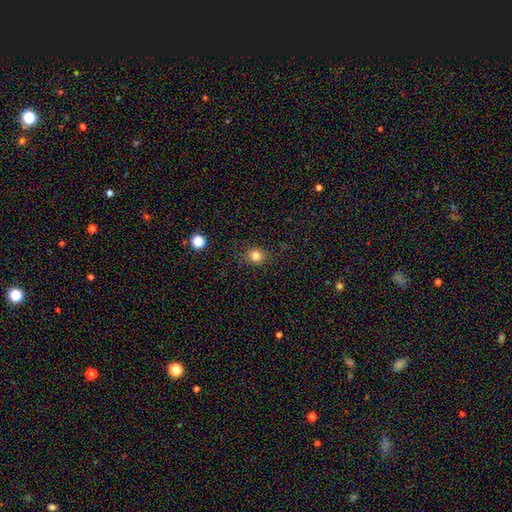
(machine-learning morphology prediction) Smooth or featured?
  - smooth: 81% *
  - star or artifact: 14%
  - featured or disk: 6%
How rounded?
  - round: 84% *
  - in between: 15%
  - cigar-shaped: 1%
Merging?
  - none: 87% *
  - minor disturbance: 9%
  - major disturbance: 3%
  - merger: 1%